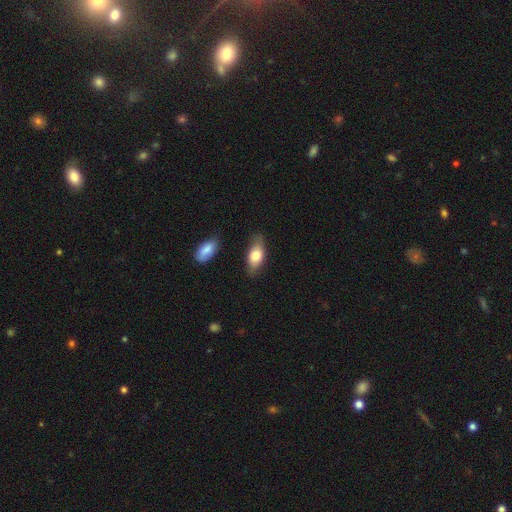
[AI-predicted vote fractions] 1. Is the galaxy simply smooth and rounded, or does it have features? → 74% smooth, 20% featured or disk, 6% star or artifact.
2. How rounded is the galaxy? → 86% in between, 10% cigar-shaped, 4% round.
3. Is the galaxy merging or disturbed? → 77% none, 17% minor disturbance, 3% major disturbance, 3% merger.